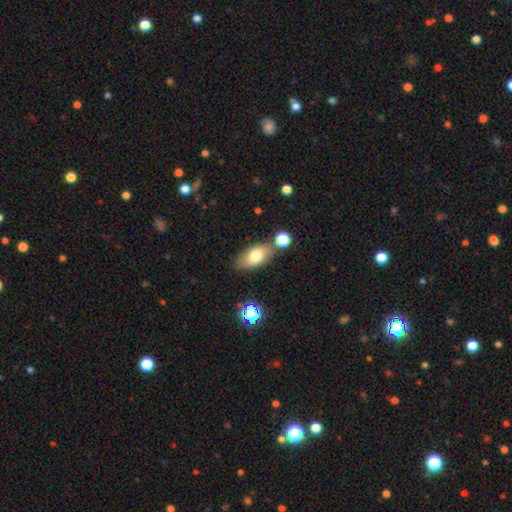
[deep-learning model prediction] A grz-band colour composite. It shows a smooth galaxy with no disk features (74%) that is in between round and cigar-shaped (89%). Merging: none (72%).